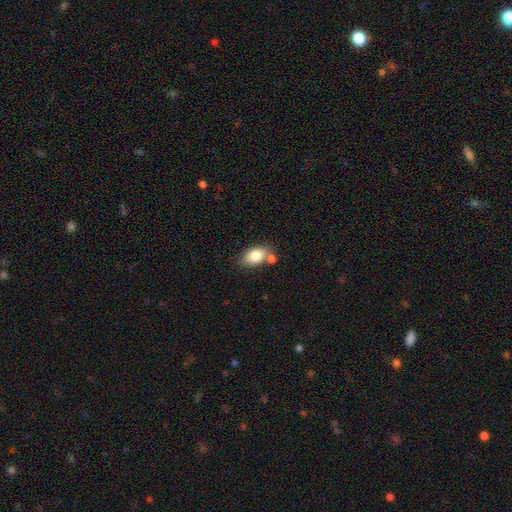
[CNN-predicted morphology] smooth 81%, featured or disk 11%, star or artifact 8%. Down the decision tree: how rounded — in between (86%); merging — none (63%).